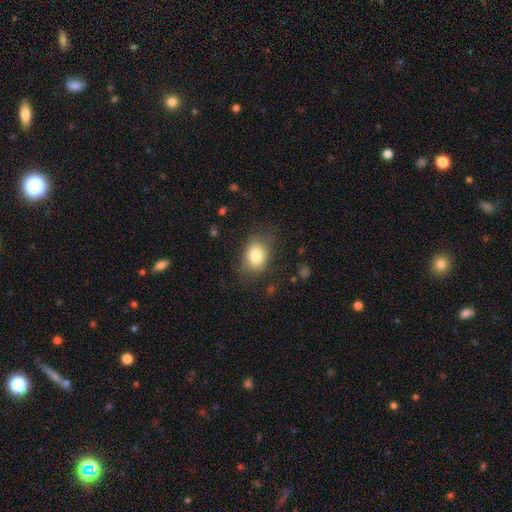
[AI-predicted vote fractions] The model was most divided on "how rounded": in between: 61%, round: 38%, cigar-shaped: 1%. More confident: smooth or featured — smooth (82%); merging — none (73%).